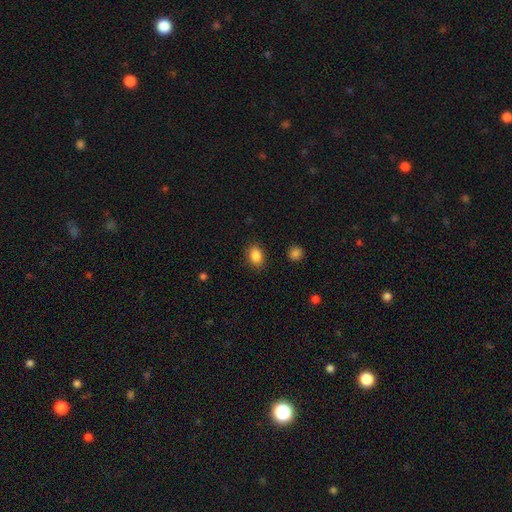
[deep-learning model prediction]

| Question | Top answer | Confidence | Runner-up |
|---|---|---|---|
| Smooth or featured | smooth | 87% | star or artifact (9%) |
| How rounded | in between | 71% | round (28%) |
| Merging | none | 87% | minor disturbance (9%) |